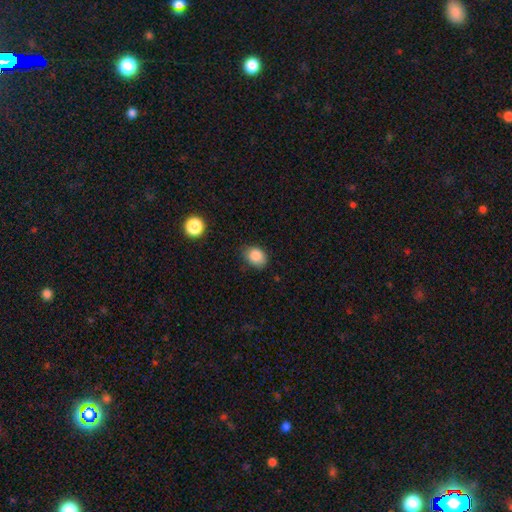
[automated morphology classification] This is clearly a smooth galaxy (86%). How rounded: possibly in between (57%). Merging: likely none (72%).